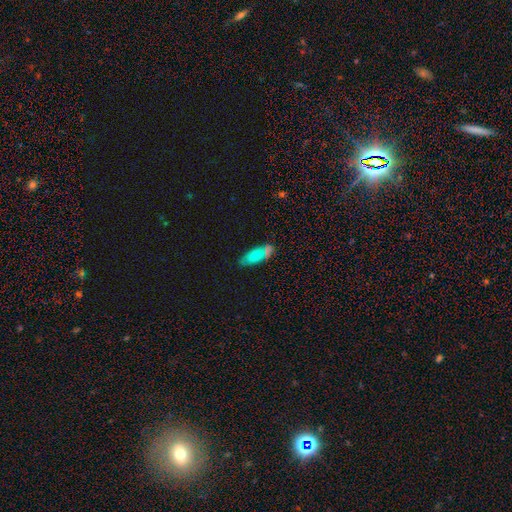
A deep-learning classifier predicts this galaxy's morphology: This is likely a smooth galaxy (77%). How rounded: likely in between (77%). Merging: likely none (62%).